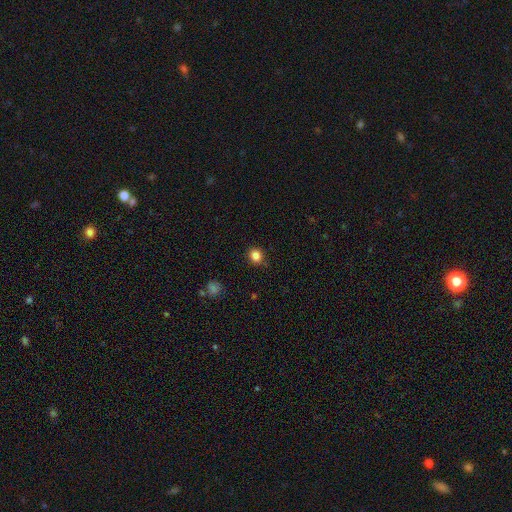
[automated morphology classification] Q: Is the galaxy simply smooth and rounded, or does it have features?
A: smooth — 84%.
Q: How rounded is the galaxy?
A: round — 80%.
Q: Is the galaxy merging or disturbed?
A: none — 87%.